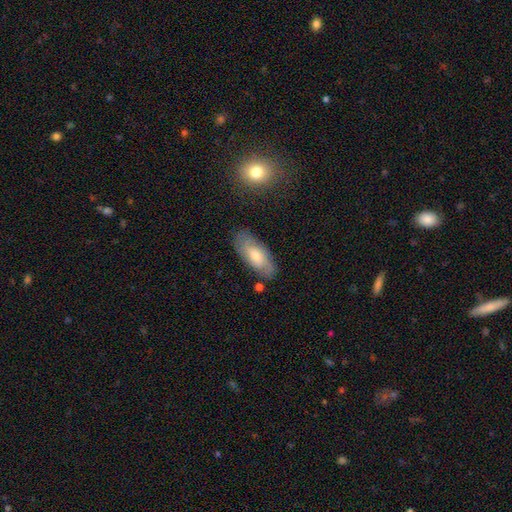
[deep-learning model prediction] Q: Smooth or featured?
A: smooth (49%); runner-up: featured or disk (44%)
Q: Merging?
A: none (78%); runner-up: minor disturbance (15%)